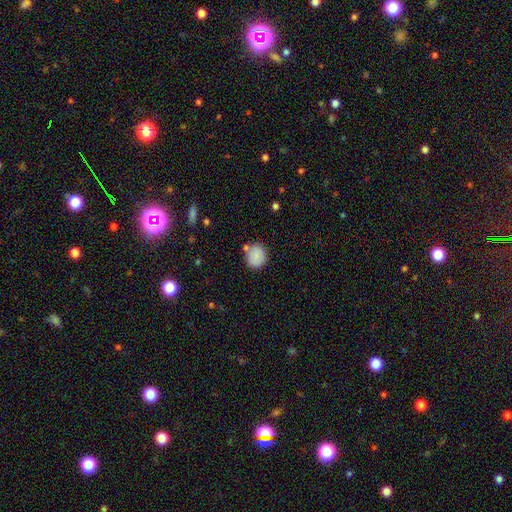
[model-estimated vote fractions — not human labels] Smooth or featured? Predicted: smooth (p=0.86). How rounded? Predicted: round (p=0.75). Merging? Predicted: none (p=0.74).